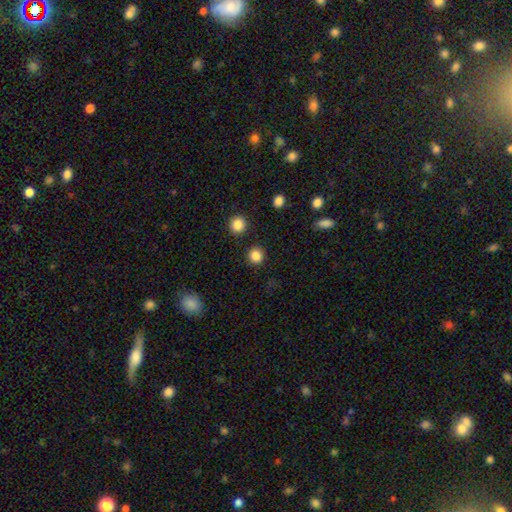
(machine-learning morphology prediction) smooth_or_featured: smooth (p=0.85) [alt: star or artifact p=0.12]
how_rounded: round (p=0.91) [alt: in between p=0.08]
merging: none (p=0.90) [alt: minor disturbance p=0.05]